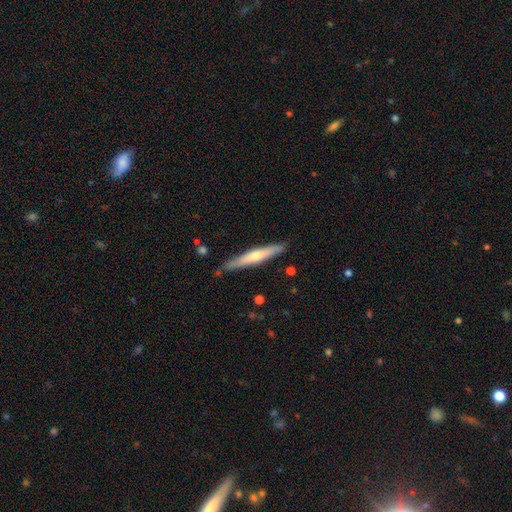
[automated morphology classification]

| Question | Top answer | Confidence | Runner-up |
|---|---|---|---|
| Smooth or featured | featured or disk | 52% | smooth (42%) |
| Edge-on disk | yes | 94% | no (6%) |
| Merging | none | 85% | minor disturbance (11%) |